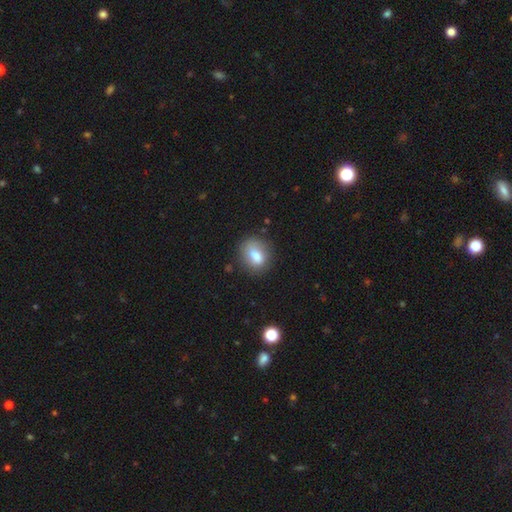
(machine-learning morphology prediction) A smooth galaxy with no disk features (77%) that is in between round and cigar-shaped (56%). Merging: none (66%).